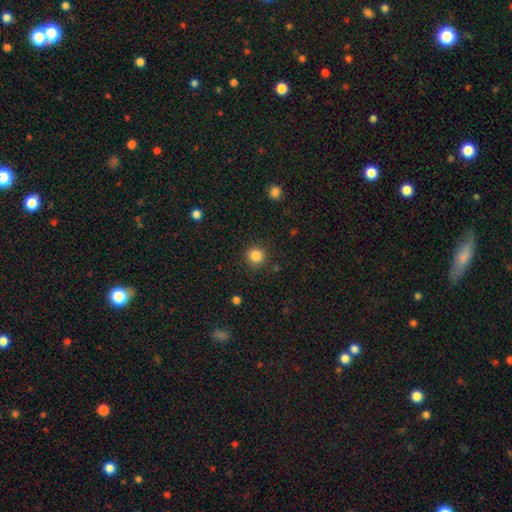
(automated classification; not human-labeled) Q: Smooth or featured?
A: smooth (85%); runner-up: star or artifact (11%)
Q: How rounded?
A: round (93%); runner-up: in between (6%)
Q: Merging?
A: none (89%); runner-up: minor disturbance (7%)